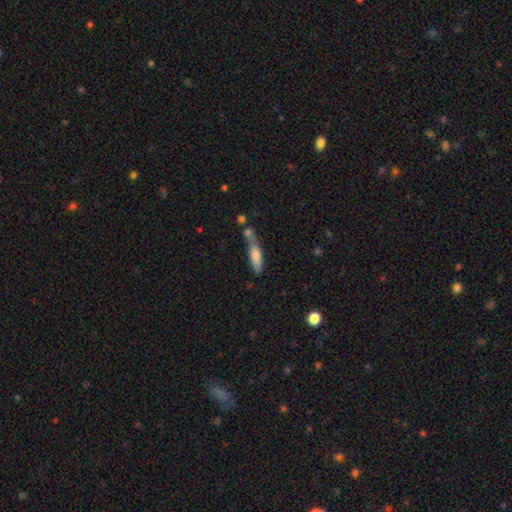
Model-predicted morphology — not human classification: A smooth galaxy with no disk features (73%) that is cigar-shaped (62%). Merging: merger (41%).